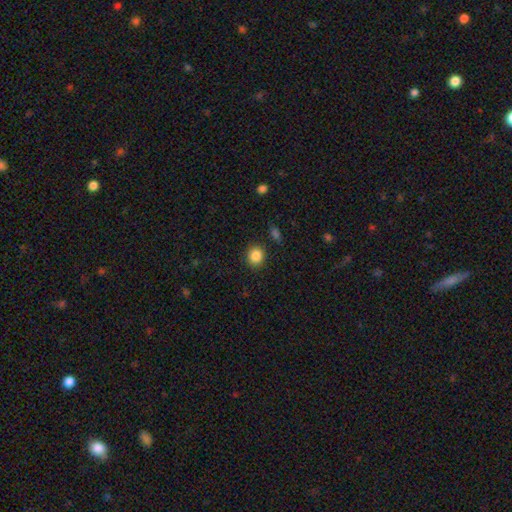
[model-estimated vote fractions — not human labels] Smooth or featured?
  - smooth: 86% *
  - star or artifact: 9%
  - featured or disk: 4%
How rounded?
  - round: 73% *
  - in between: 26%
  - cigar-shaped: 1%
Merging?
  - none: 88% *
  - minor disturbance: 8%
  - major disturbance: 3%
  - merger: 2%